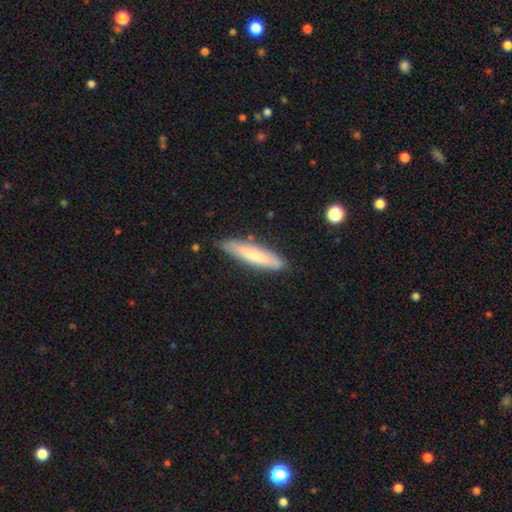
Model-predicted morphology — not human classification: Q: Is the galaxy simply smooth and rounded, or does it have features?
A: smooth — 68%.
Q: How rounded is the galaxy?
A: cigar-shaped — 79%.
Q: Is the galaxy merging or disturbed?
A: none — 80%.